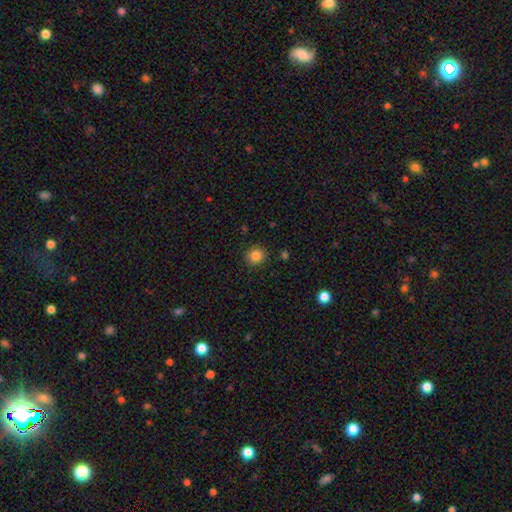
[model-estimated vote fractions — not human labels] This is clearly a smooth galaxy (84%). How rounded: clearly round (91%). Merging: clearly none (91%).